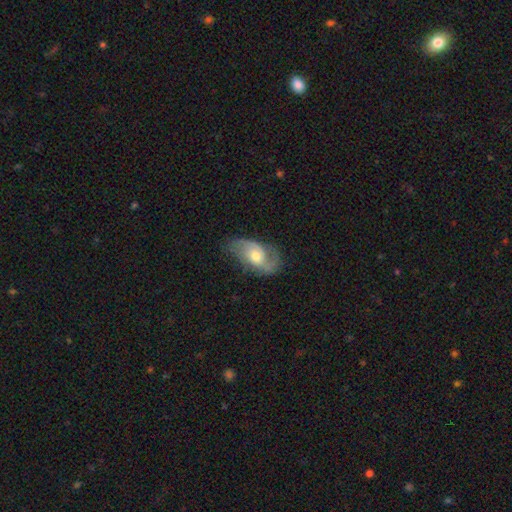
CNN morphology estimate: featured or disk 69%, smooth 25%, star or artifact 6%. Down the decision tree: edge-on disk — no (95%); bar — no (67%); spiral arms — yes (88%); spiral arm count — 2 (79%); spiral winding — medium (44%); bulge size — moderate (64%); merging — none (64%).